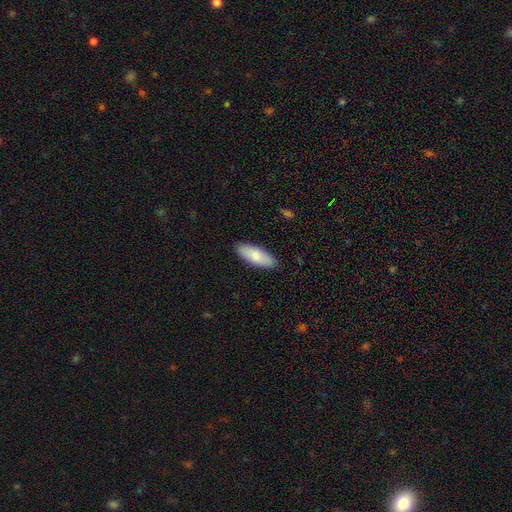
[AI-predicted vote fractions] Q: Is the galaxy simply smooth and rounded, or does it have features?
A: smooth — 83%.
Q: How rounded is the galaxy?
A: in between — 72%.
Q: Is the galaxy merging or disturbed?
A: none — 89%.